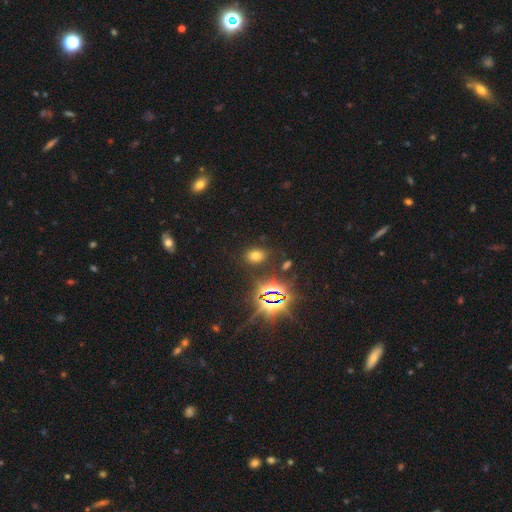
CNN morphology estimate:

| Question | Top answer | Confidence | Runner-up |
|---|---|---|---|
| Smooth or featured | smooth | 60% | star or artifact (32%) |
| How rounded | in between | 70% | round (29%) |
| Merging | none | 85% | minor disturbance (9%) |